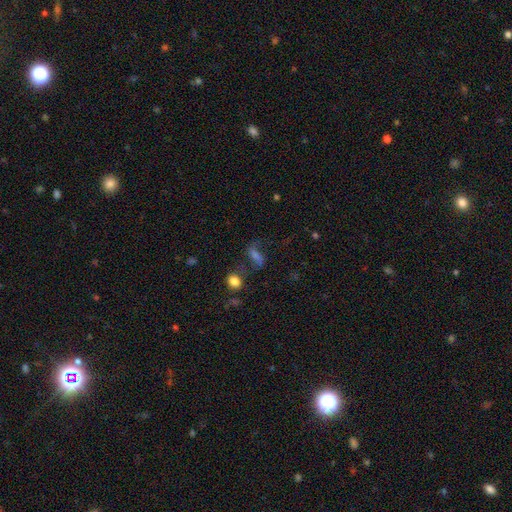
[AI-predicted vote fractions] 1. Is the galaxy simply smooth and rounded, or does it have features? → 41% featured or disk, 36% smooth, 23% star or artifact.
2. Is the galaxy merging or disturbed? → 57% none, 17% minor disturbance, 16% major disturbance, 10% merger.